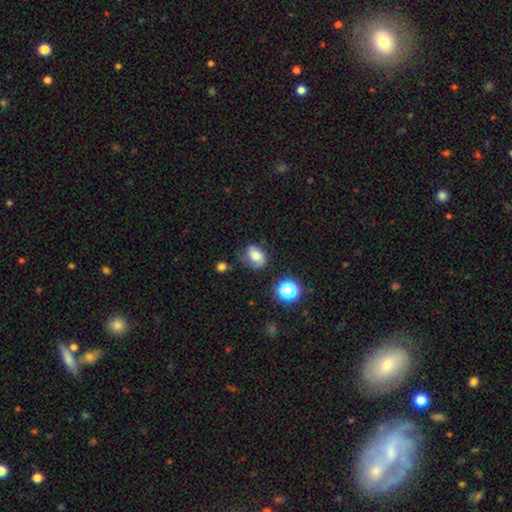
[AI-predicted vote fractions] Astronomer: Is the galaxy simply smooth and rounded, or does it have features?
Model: smooth — 67%.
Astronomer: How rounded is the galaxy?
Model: in between — 72%.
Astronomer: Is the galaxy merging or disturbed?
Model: none — 53% (runner-up: minor disturbance, 30%).